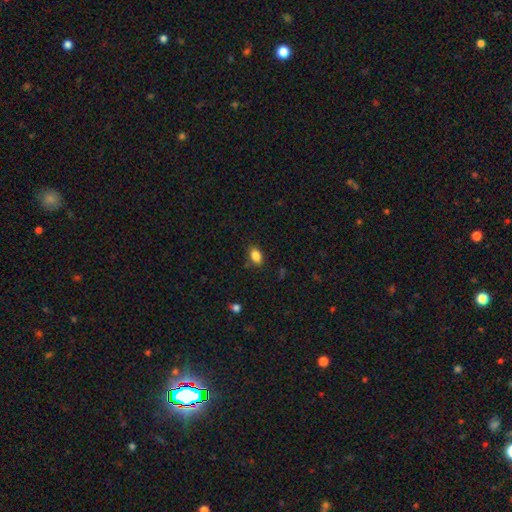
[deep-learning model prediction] Smooth or featured? Predicted: smooth (p=0.86). How rounded? Predicted: in between (p=0.82). Merging? Predicted: none (p=0.81).